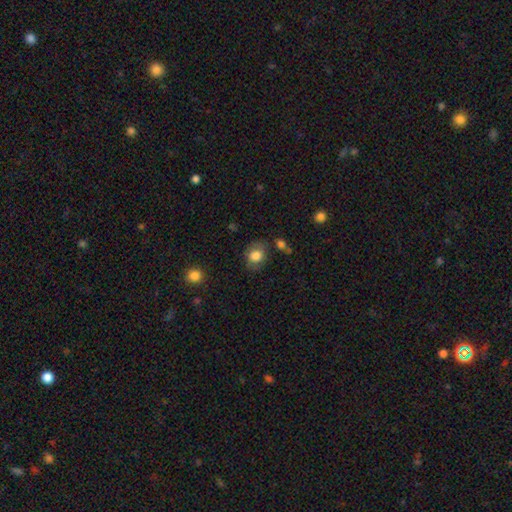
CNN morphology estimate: Overall: smooth (77%). How rounded: round (54%; in between 45%). Merging: none (70%).